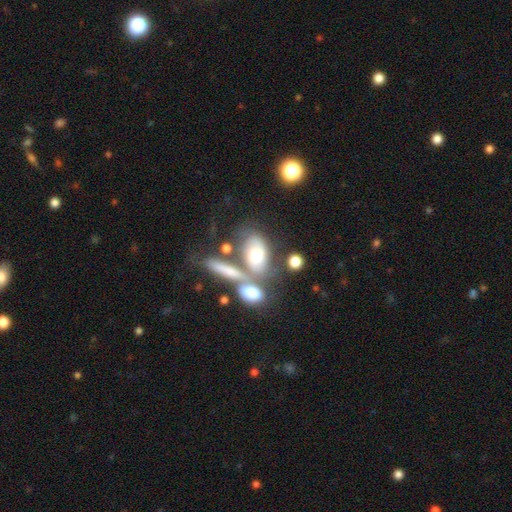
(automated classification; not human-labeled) Smooth or featured? smooth (57%)
How rounded? in between (81%)
Merging? merger (43%)